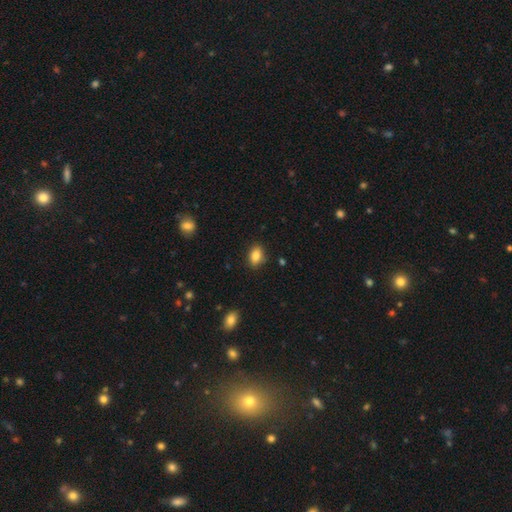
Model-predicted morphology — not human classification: Smooth or featured?
  - smooth: 86% *
  - star or artifact: 9%
  - featured or disk: 6%
How rounded?
  - in between: 81% *
  - round: 17%
  - cigar-shaped: 2%
Merging?
  - none: 86% *
  - minor disturbance: 11%
  - major disturbance: 2%
  - merger: 1%